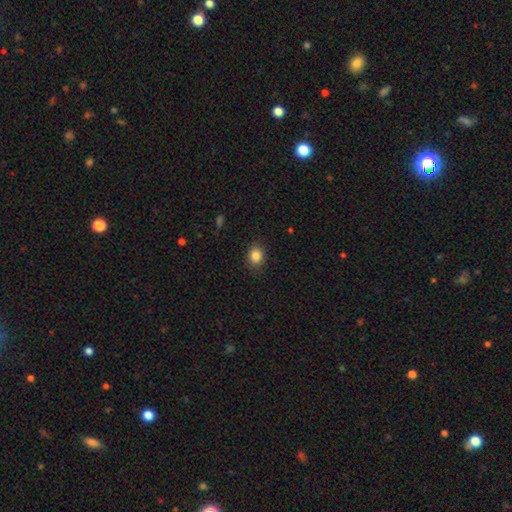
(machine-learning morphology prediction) Smooth or featured: smooth — 85% (star or artifact — 10%)
How rounded: round — 57% (in between — 42%)
Merging: none — 86% (minor disturbance — 10%)